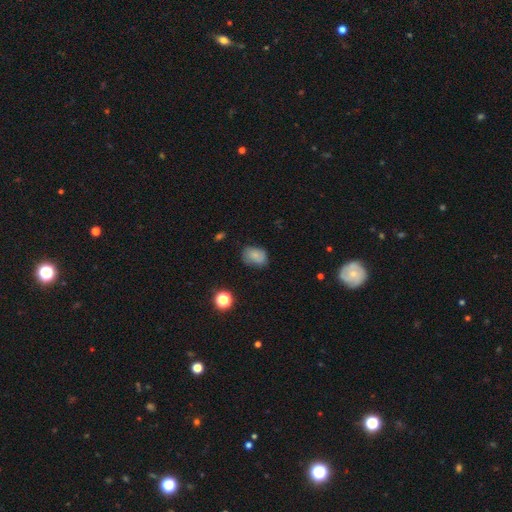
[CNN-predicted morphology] Q: Smooth or featured?
A: smooth (79%); runner-up: star or artifact (11%)
Q: How rounded?
A: in between (70%); runner-up: round (28%)
Q: Merging?
A: none (66%); runner-up: minor disturbance (25%)